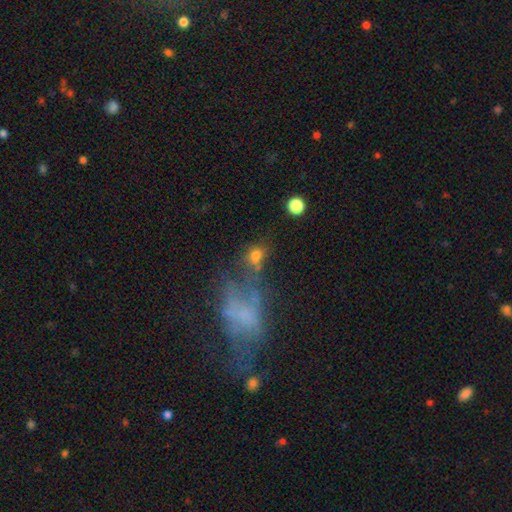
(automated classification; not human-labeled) The model was most divided on "how rounded": round: 60%, in between: 37%, cigar-shaped: 3%. Remaining: smooth or featured — smooth (64%); merging — none (49%).